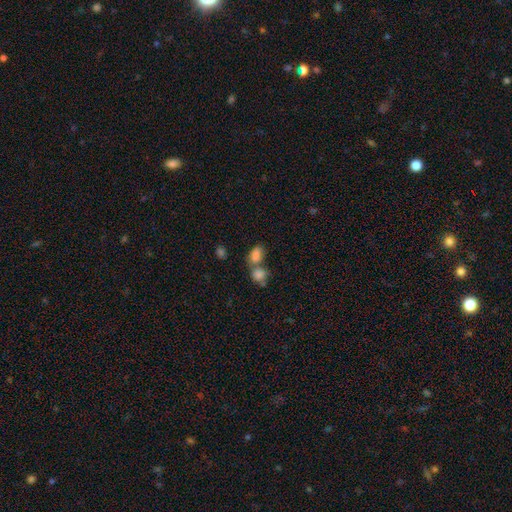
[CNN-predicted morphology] The model was most divided on "merging": merger: 51%, none: 34%, minor disturbance: 10%, major disturbance: 5%. More confident: smooth or featured — smooth (81%); how rounded — in between (80%).